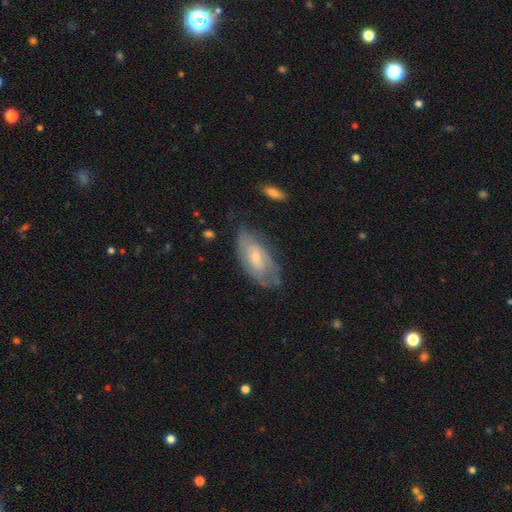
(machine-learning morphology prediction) The model was most divided on "smooth or featured": featured or disk: 55%, smooth: 38%, star or artifact: 7%. More confident: edge-on disk — no (90%); merging — none (60%).